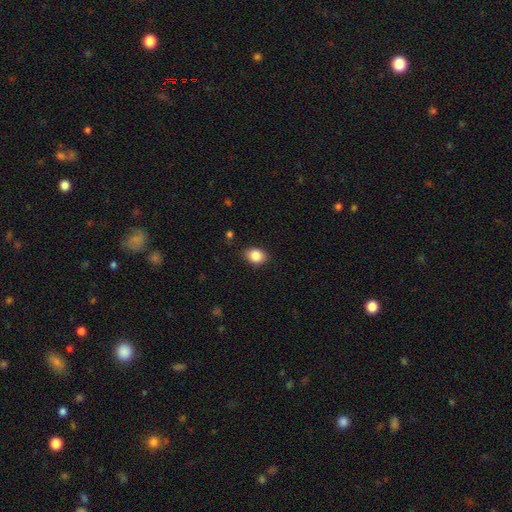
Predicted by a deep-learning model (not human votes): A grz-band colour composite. It shows a smooth galaxy with no disk features (87%) that is in between round and cigar-shaped (62%). Merging: none (82%).